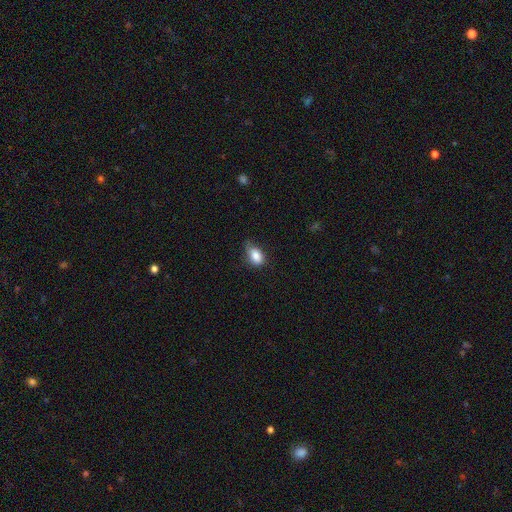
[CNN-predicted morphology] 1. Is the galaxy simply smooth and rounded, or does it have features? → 85% smooth, 8% star or artifact, 7% featured or disk.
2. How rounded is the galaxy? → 84% in between, 14% round, 2% cigar-shaped.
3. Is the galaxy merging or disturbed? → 50% none, 38% minor disturbance, 10% major disturbance, 2% merger.